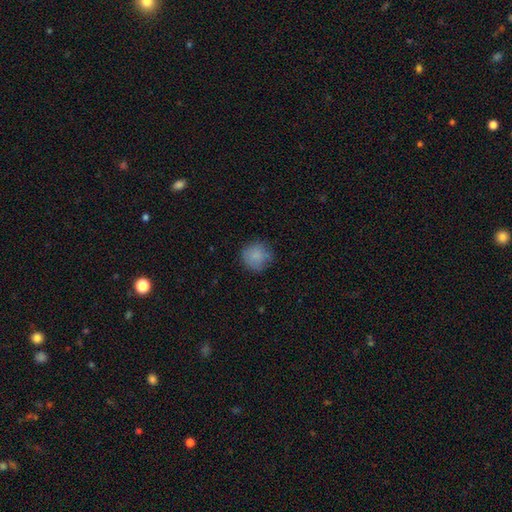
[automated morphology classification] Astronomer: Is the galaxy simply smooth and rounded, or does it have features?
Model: smooth — 84%.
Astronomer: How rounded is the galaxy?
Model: round — 92%.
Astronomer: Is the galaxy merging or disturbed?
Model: none — 77%.